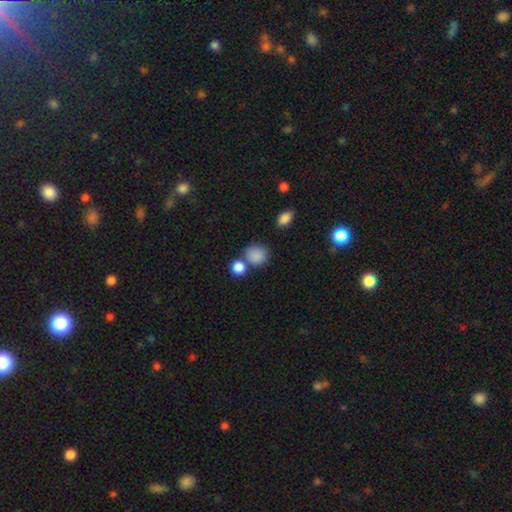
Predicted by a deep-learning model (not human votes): smooth_or_featured: smooth (p=0.86) [alt: star or artifact p=0.09]
how_rounded: round (p=0.78) [alt: in between p=0.21]
merging: none (p=0.61) [alt: merger p=0.22]